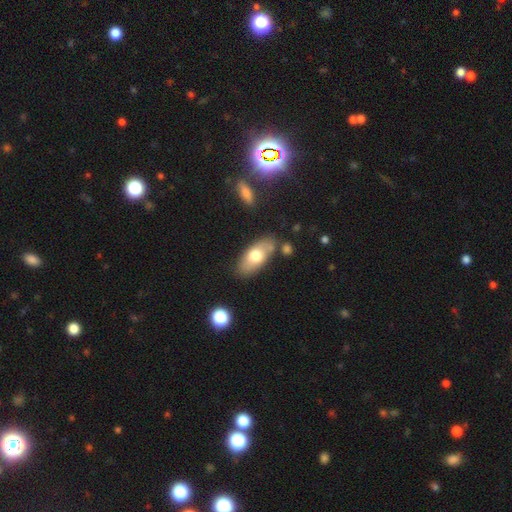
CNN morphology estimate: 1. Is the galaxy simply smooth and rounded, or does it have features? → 67% smooth, 27% featured or disk, 7% star or artifact.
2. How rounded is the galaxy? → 88% in between, 8% cigar-shaped, 3% round.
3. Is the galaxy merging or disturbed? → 74% none, 15% minor disturbance, 6% merger, 4% major disturbance.